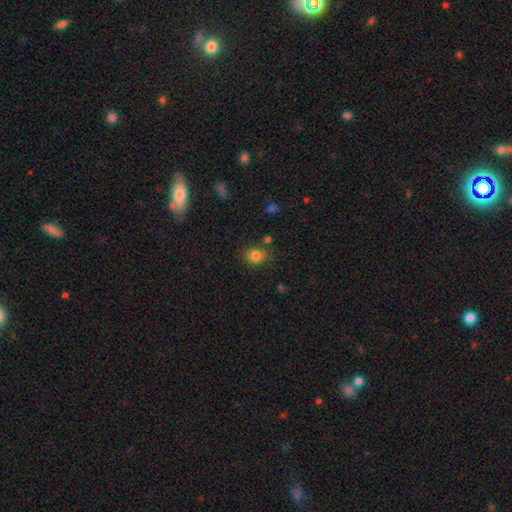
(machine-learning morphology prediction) This is clearly a smooth galaxy (82%). How rounded: likely round (62%). Merging: likely none (78%).